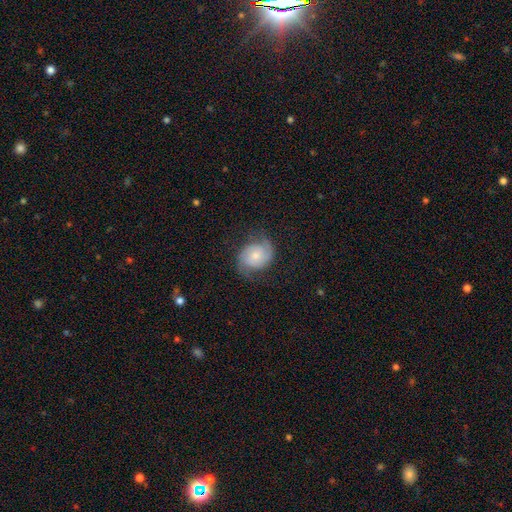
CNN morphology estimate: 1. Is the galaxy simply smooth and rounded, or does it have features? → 73% featured or disk, 19% smooth, 7% star or artifact.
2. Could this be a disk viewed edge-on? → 98% no, 2% yes.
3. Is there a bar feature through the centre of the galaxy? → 67% no, 29% weak, 4% strong.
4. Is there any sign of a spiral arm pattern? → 95% yes, 5% no.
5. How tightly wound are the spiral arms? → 45% medium, 34% tight, 21% loose.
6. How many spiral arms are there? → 88% 2, 5% can't tell, 2% 1, 2% 3, 1% 4, 1% more than 4.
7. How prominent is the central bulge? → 45% moderate, 41% small, 6% large, 6% none, 2% dominant.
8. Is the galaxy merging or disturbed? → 72% none, 18% minor disturbance, 8% major disturbance, 1% merger.